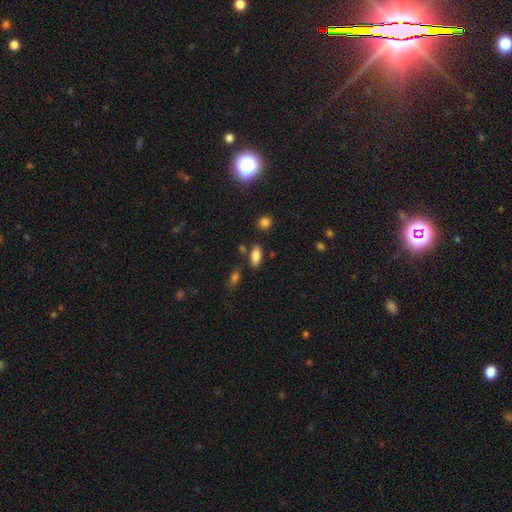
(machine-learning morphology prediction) Overall: smooth (81%). How rounded: in between (86%). Merging: none (80%).